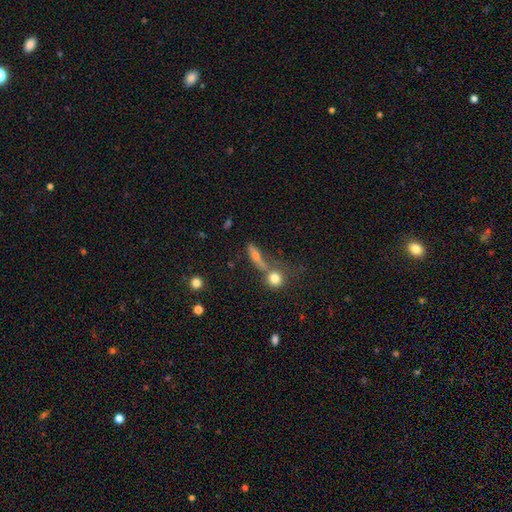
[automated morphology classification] This appears to be a smooth galaxy with no disk features (51%) that is cigar-shaped (56%). Merging: none (52%).